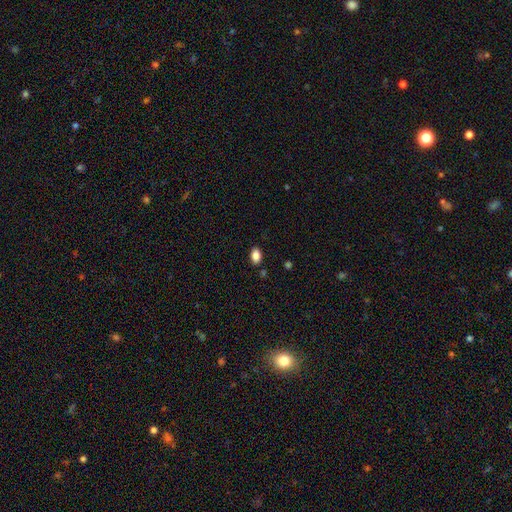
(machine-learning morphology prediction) smooth_or_featured: smooth (p=0.86) [alt: star or artifact p=0.09]
how_rounded: in between (p=0.87) [alt: round p=0.11]
merging: none (p=0.86) [alt: minor disturbance p=0.10]